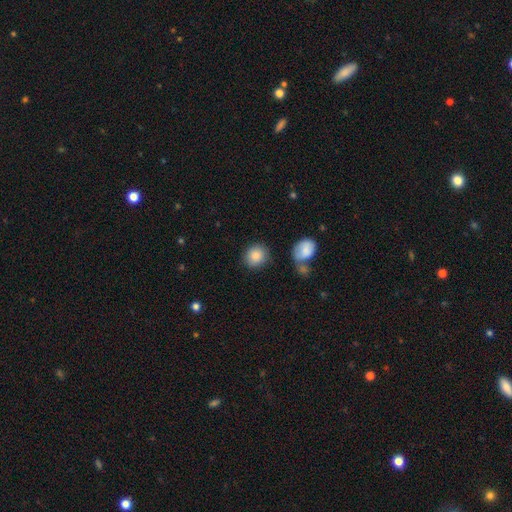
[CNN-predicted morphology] smooth_or_featured: smooth (p=0.87) [alt: star or artifact p=0.08]
how_rounded: round (p=0.79) [alt: in between p=0.20]
merging: none (p=0.82) [alt: minor disturbance p=0.11]